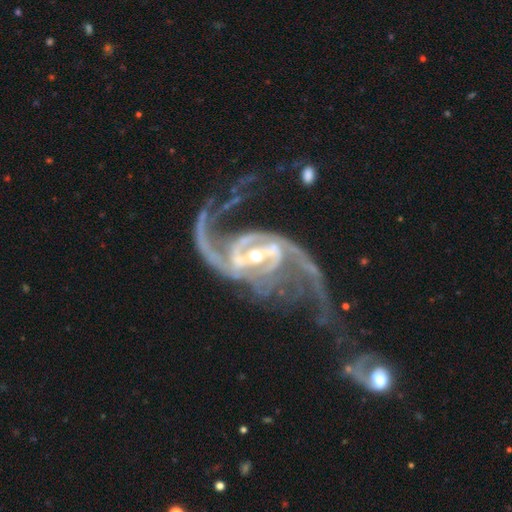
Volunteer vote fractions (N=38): A featured or disk galaxy (95%) with a strong bar (69%), 2 (94%) loose (44%) spiral arms (100%) and a small central bulge (53%).

Vote fractions:
- Smooth or featured? featured or disk: 95% / smooth: 3% / star or artifact: 3%
- Edge-on disk? no: 100% / yes: 0%
- Bar? strong: 69% / weak: 25% / no: 6%
- Spiral arms? yes: 100% / no: 0%
- Spiral winding? loose: 44% / medium: 36% / tight: 19%
- Spiral arm count? 2: 94% / 4: 3% / more than 4: 3% / 1: 0% / 3: 0% / can't tell: 0%
- Bulge size? small: 53% / moderate: 44% / large: 3% / dominant: 0% / none: 0%
- Merging? merger: 41% / none: 32% / major disturbance: 19% / minor disturbance: 8%